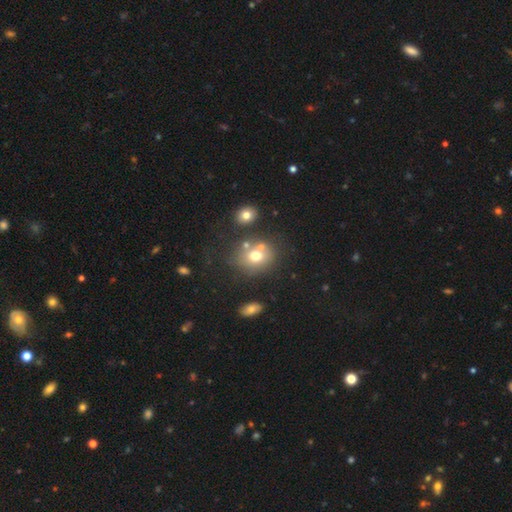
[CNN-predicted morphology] Smooth or featured? smooth (68%)
How rounded? round (62%)
Merging? none (55%)